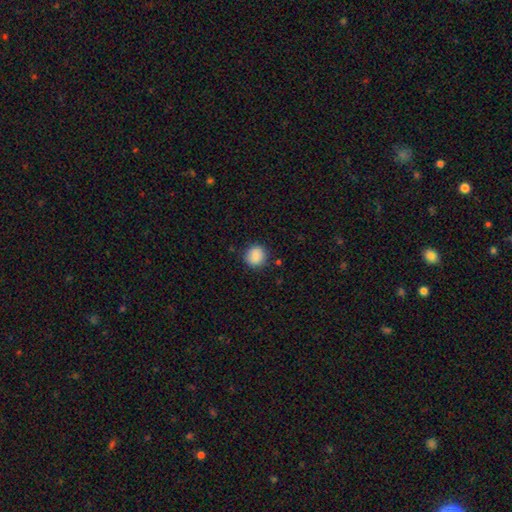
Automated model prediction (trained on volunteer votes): smooth_or_featured: smooth (p=0.88) [alt: star or artifact p=0.08]
how_rounded: round (p=0.90) [alt: in between p=0.09]
merging: none (p=0.86) [alt: minor disturbance p=0.10]